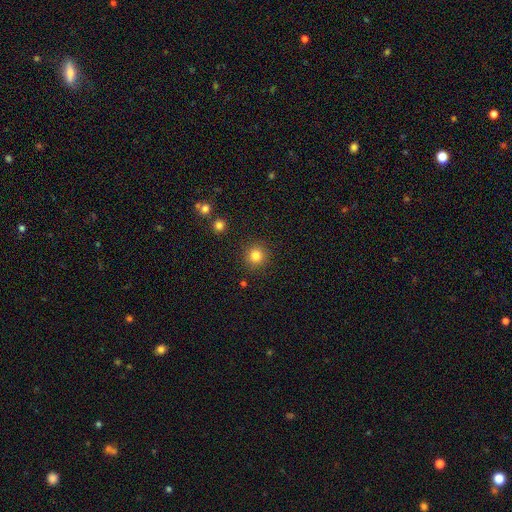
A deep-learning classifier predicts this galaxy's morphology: Smooth or featured: smooth — 82% (star or artifact — 13%)
How rounded: round — 94% (in between — 5%)
Merging: none — 90% (minor disturbance — 6%)